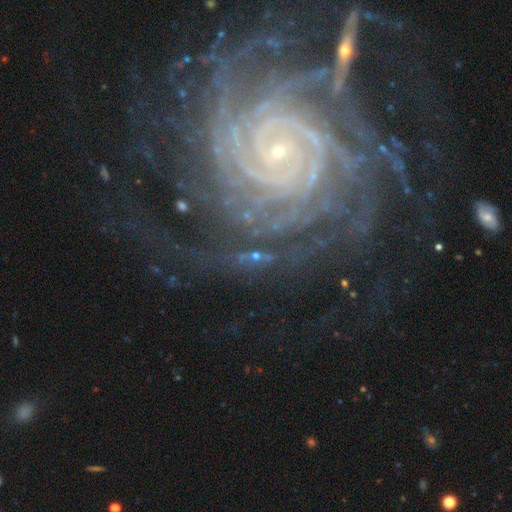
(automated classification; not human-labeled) A featured or disk galaxy (53%).

Vote fractions:
- Smooth or featured? featured or disk: 53% / star or artifact: 27% / smooth: 20%
- Edge-on disk? no: 78% / yes: 22%
- Merging? none: 60% / minor disturbance: 19% / major disturbance: 13% / merger: 8%